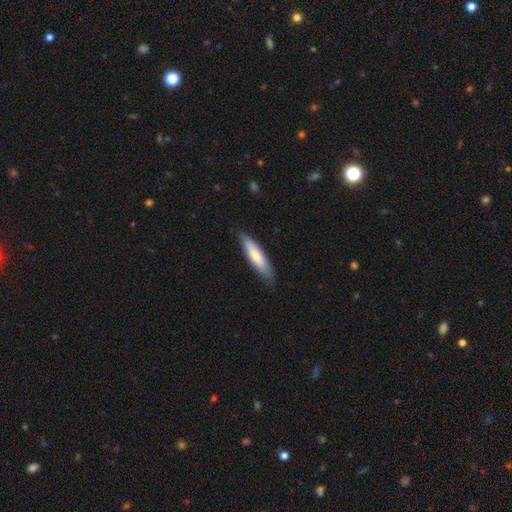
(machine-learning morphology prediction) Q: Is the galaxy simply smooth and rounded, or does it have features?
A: smooth — 73%.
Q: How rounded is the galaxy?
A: cigar-shaped — 74%.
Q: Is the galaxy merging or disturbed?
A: none — 82%.